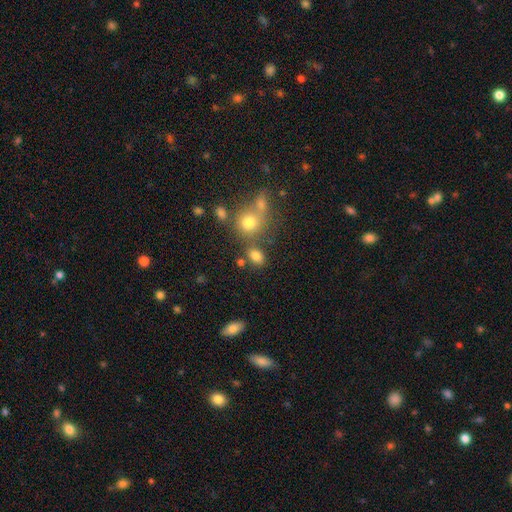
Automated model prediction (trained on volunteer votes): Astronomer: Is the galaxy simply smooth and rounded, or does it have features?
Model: smooth — 79%.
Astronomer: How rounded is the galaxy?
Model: in between — 74%.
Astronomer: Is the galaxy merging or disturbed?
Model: none — 63%.